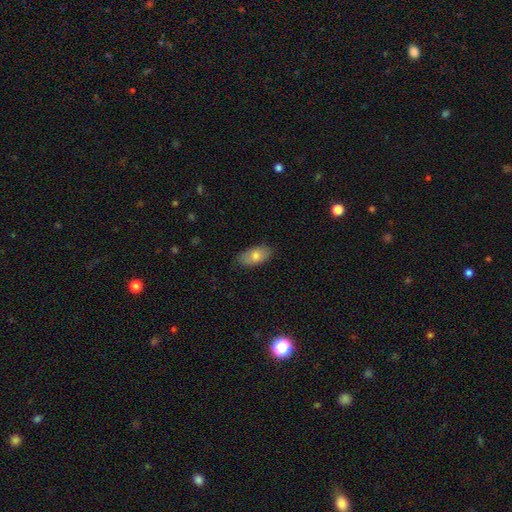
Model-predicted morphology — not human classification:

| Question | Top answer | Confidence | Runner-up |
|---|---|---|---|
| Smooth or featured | smooth | 77% | featured or disk (17%) |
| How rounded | in between | 91% | cigar-shaped (5%) |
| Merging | none | 84% | minor disturbance (13%) |